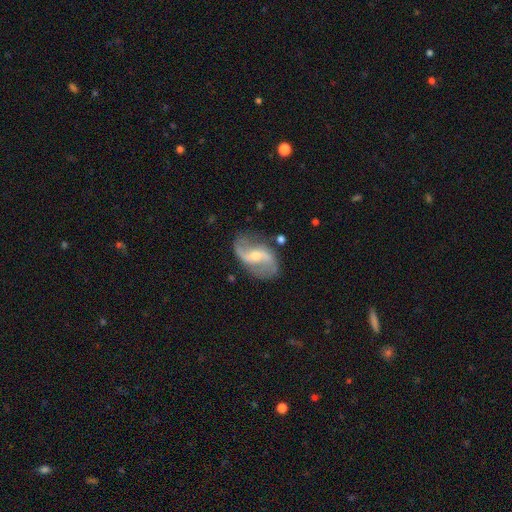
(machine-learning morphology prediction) Smooth or featured? Predicted: featured or disk (p=0.88). Edge-on disk? Predicted: no (p=0.97). Bar? Predicted: weak (p=0.41). Spiral arms? Predicted: yes (p=0.96). Spiral winding? Predicted: loose (p=0.71). Spiral arm count? Predicted: 2 (p=0.93). Bulge size? Predicted: small (p=0.49). Merging? Predicted: none (p=0.77).